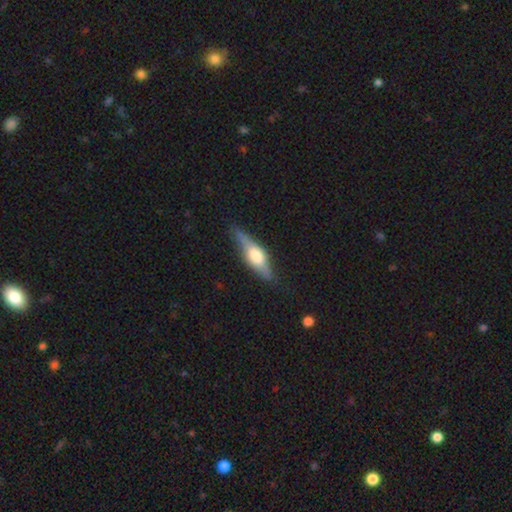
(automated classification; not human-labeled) Smooth or featured? featured or disk (55%)
Edge-on disk? yes (90%)
Merging? none (76%)